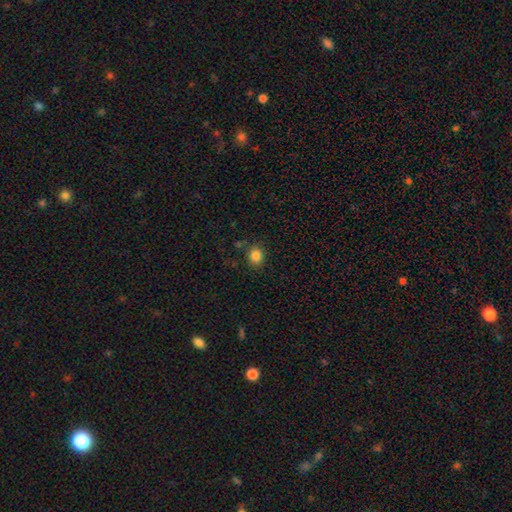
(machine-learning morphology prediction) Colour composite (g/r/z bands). It shows a smooth galaxy with no disk features (84%) that is round (69%). Merging: none (84%).